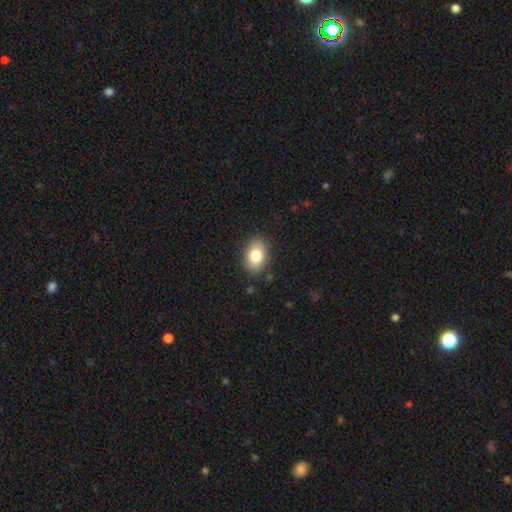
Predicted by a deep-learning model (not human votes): A smooth galaxy with no disk features (82%) that is in between round and cigar-shaped (84%).

Vote fractions:
- Smooth or featured? smooth: 82% / featured or disk: 10% / star or artifact: 8%
- How rounded? in between: 84% / round: 15% / cigar-shaped: 1%
- Merging? none: 86% / minor disturbance: 10% / major disturbance: 3% / merger: 1%